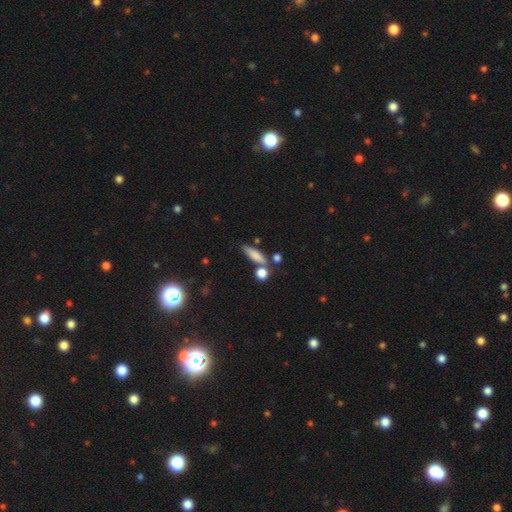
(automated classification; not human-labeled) smooth 78%, featured or disk 13%, star or artifact 9%. Down the decision tree: how rounded — cigar-shaped (60%); merging — none (66%).